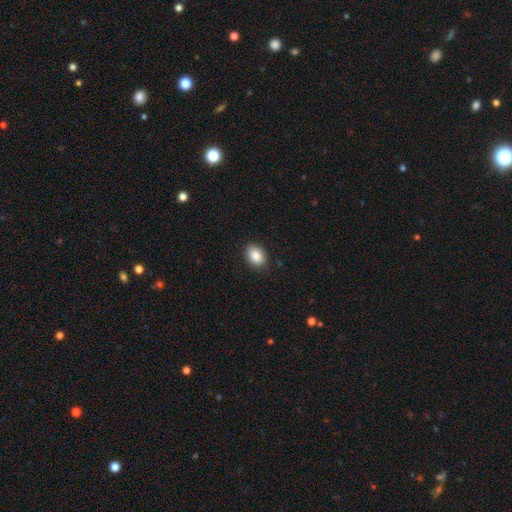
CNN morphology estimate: smooth-or-featured: smooth: 87% | star or artifact: 8% | featured or disk: 5%
  how-rounded: in between: 69% | round: 30% | cigar-shaped: 1%
  merging: none: 87% | minor disturbance: 10% | major disturbance: 2% | merger: 1%